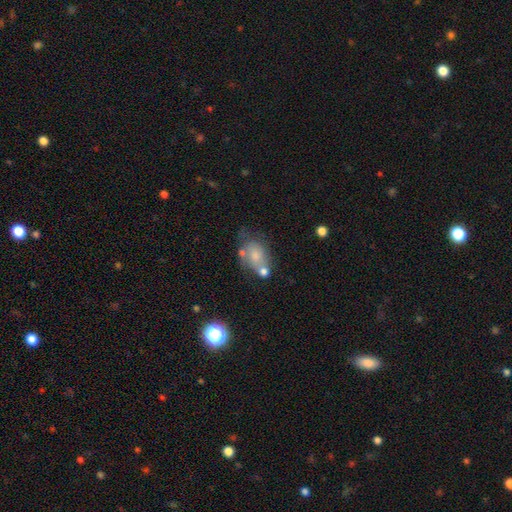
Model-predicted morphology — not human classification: type=smooth (64%); roundness=in between (79%); merging=none (34%).